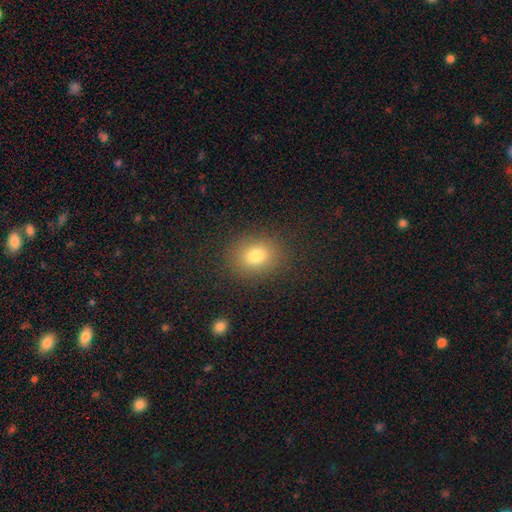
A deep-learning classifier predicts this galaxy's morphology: smooth_or_featured: smooth (p=0.79) [alt: star or artifact p=0.12]
how_rounded: round (p=0.54) [alt: in between p=0.45]
merging: none (p=0.86) [alt: minor disturbance p=0.09]